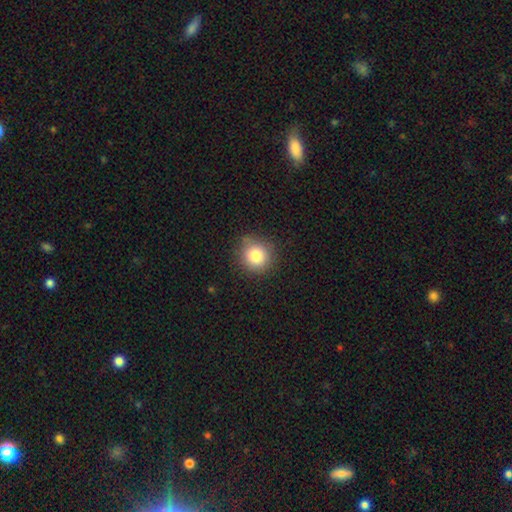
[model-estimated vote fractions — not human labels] Q: Smooth or featured?
A: smooth (82%); runner-up: star or artifact (11%)
Q: How rounded?
A: round (92%); runner-up: in between (7%)
Q: Merging?
A: none (83%); runner-up: minor disturbance (12%)